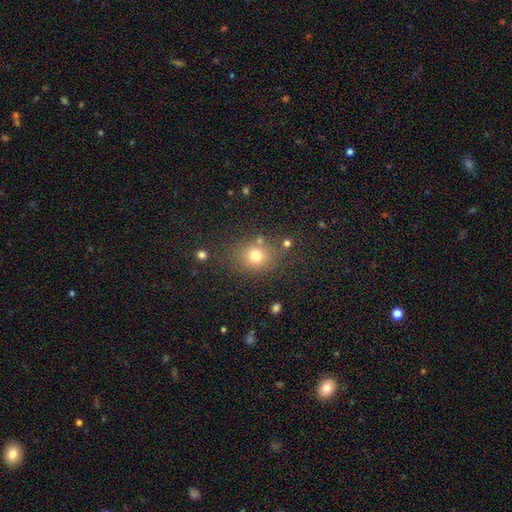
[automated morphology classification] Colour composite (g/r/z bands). It shows a smooth galaxy with no disk features (75%) that is round (69%). Merging: none (74%).